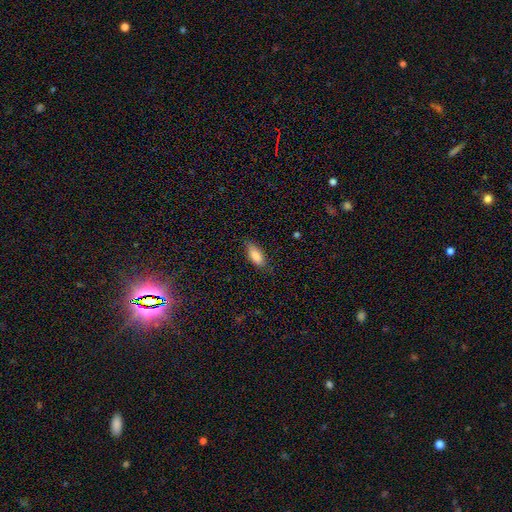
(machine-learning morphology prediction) Smooth or featured? Predicted: smooth (p=0.82). How rounded? Predicted: in between (p=0.77). Merging? Predicted: none (p=0.77).